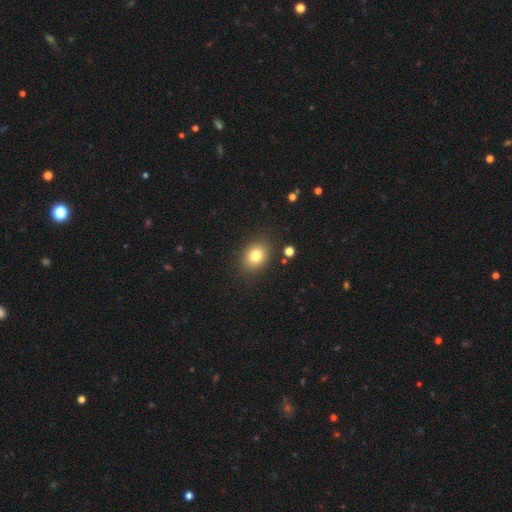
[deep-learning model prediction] This is clearly a smooth galaxy (80%). How rounded: possibly in between (52%). Merging: clearly none (85%).